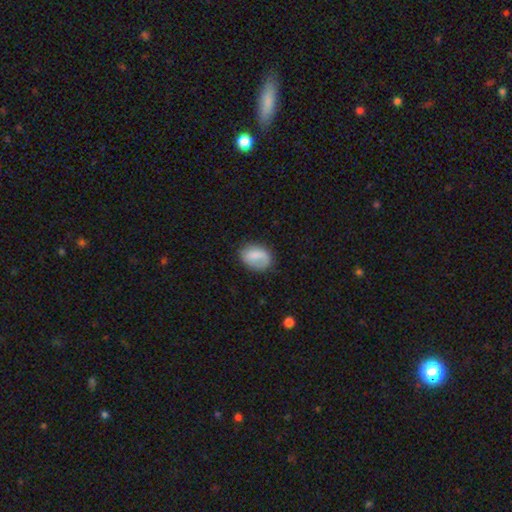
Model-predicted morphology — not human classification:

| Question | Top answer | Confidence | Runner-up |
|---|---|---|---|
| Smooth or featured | smooth | 74% | featured or disk (19%) |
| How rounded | in between | 71% | round (28%) |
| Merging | none | 63% | minor disturbance (24%) |